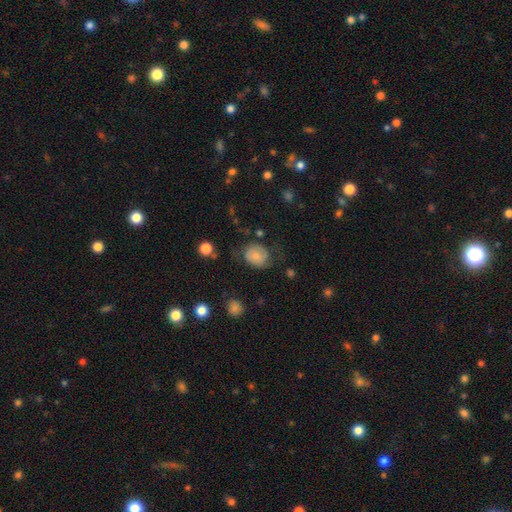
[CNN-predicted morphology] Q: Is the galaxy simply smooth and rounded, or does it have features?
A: smooth — 68%.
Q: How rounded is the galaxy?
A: round — 58%.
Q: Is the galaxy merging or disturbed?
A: none — 58%.